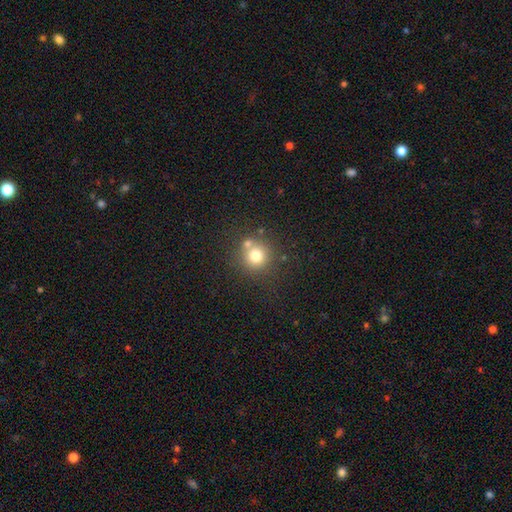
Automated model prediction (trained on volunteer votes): This is likely a smooth galaxy (75%). How rounded: clearly round (93%). Merging: likely none (68%).